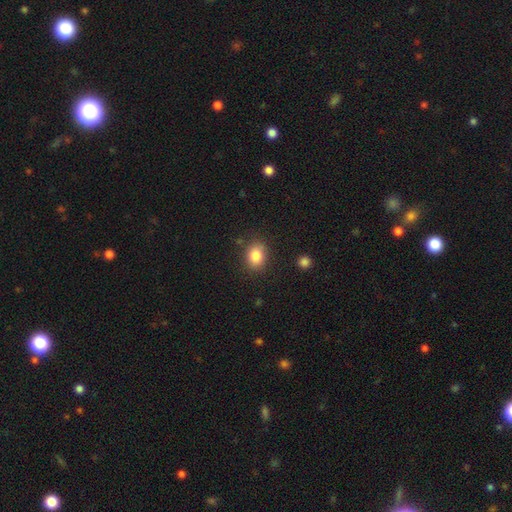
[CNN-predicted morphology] A smooth galaxy with no disk features (85%) that is in between round and cigar-shaped (57%). Merging: none (81%).